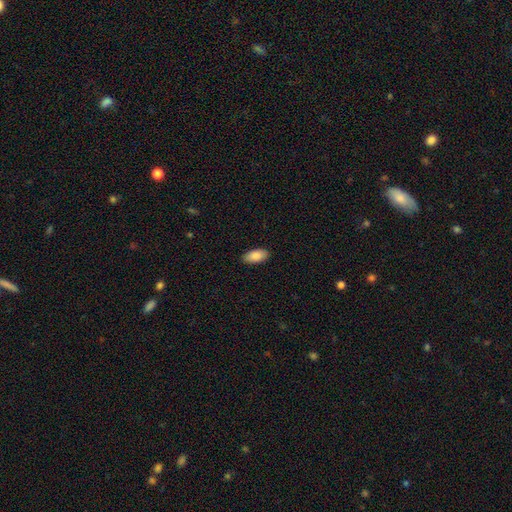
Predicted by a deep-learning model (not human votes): Overall: smooth (89%). How rounded: in between (93%). Merging: none (89%).